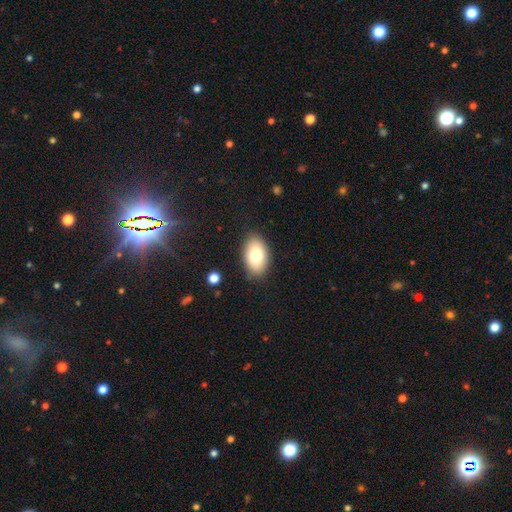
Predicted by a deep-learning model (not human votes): Smooth or featured? Predicted: smooth (p=0.78). How rounded? Predicted: in between (p=0.91). Merging? Predicted: none (p=0.85).